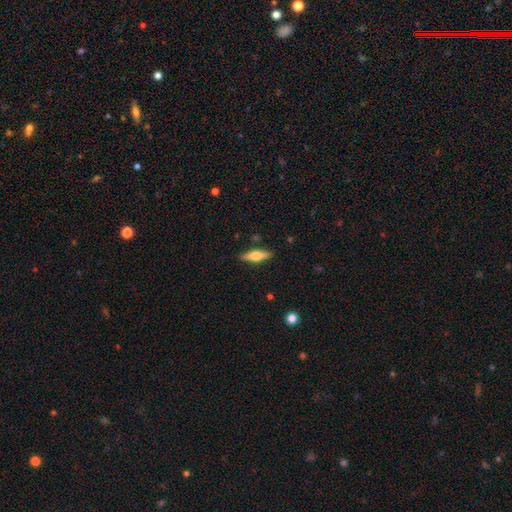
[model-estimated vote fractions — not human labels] The model was most divided on "smooth or featured": featured or disk: 50%, smooth: 44%, star or artifact: 6%. More confident: edge-on disk — yes (94%); merging — none (88%).